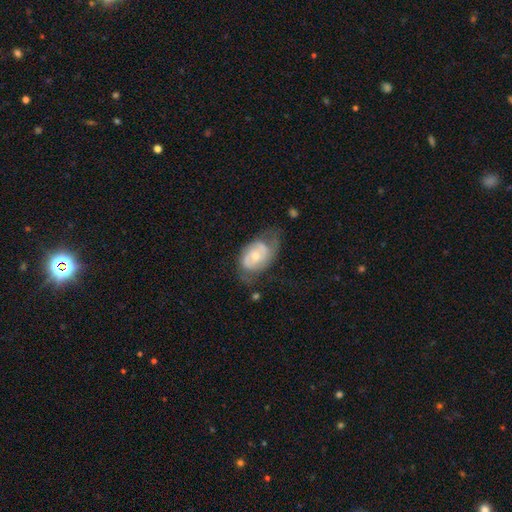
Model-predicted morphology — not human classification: Smooth or featured: featured or disk — 61% (smooth — 33%)
Edge-on disk: no — 95% (yes — 5%)
Bar: no — 70% (weak — 24%)
Spiral arms: yes — 71% (no — 29%)
Bulge size: moderate — 50% (small — 46%)
Merging: none — 43% (minor disturbance — 31%)